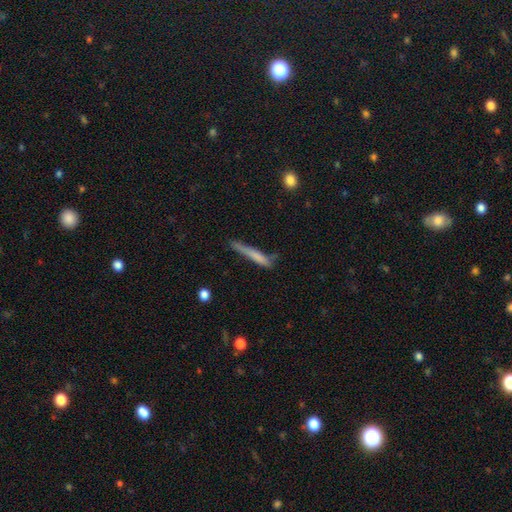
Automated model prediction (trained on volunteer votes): Smooth or featured?
  - smooth: 67% *
  - featured or disk: 26%
  - star or artifact: 7%
How rounded?
  - cigar-shaped: 93% *
  - in between: 5%
  - round: 2%
Merging?
  - none: 54% *
  - minor disturbance: 30%
  - major disturbance: 11%
  - merger: 5%